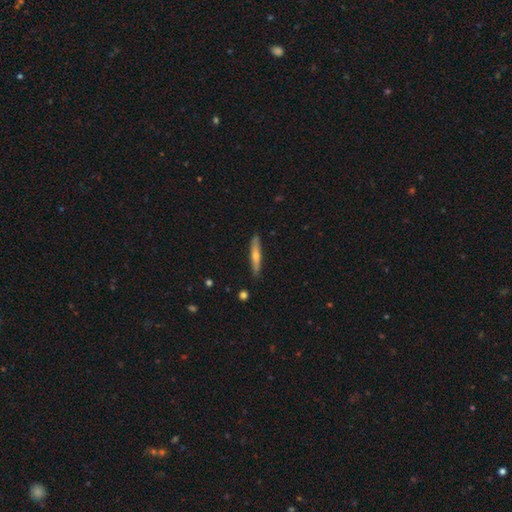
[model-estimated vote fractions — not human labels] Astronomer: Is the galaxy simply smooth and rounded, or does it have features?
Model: featured or disk — 51% (runner-up: smooth, 43%).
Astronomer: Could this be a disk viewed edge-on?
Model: yes — 93%.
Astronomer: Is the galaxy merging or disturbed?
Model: none — 90%.